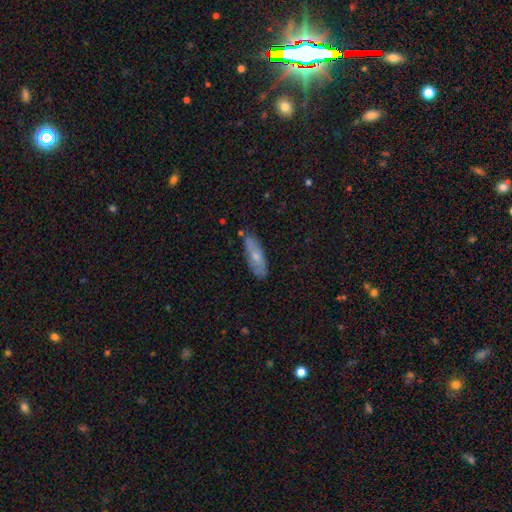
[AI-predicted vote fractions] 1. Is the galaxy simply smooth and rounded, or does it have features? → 58% smooth, 35% featured or disk, 7% star or artifact.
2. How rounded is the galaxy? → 56% in between, 42% cigar-shaped, 2% round.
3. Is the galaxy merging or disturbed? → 76% none, 18% minor disturbance, 3% major disturbance, 3% merger.